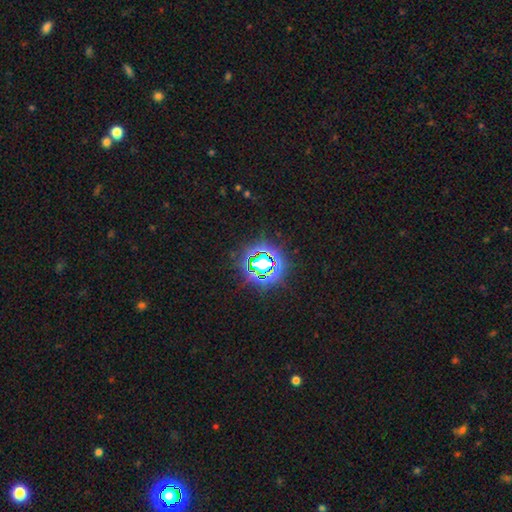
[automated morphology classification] type=star or artifact (72%).